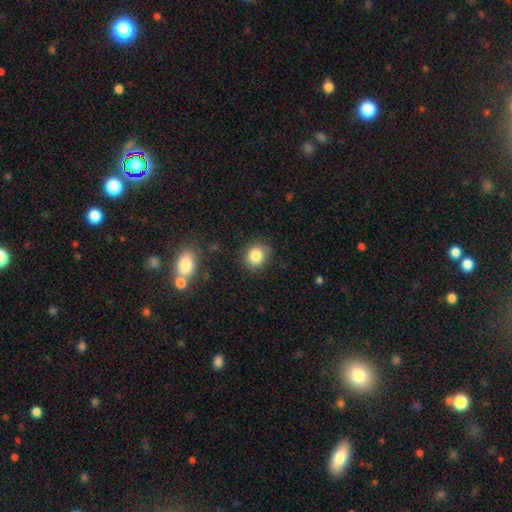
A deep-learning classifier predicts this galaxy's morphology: A smooth galaxy with no disk features (84%) that is round (72%). Merging: none (84%).